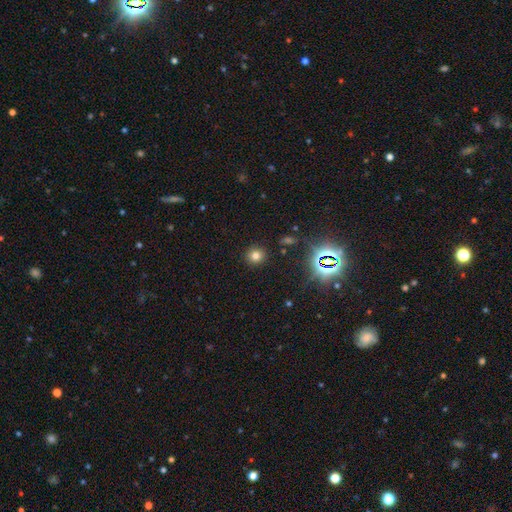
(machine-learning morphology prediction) The model was most divided on "smooth or featured": smooth: 73%, star or artifact: 19%, featured or disk: 7%. More confident: merging — none (89%); how rounded — round (88%).